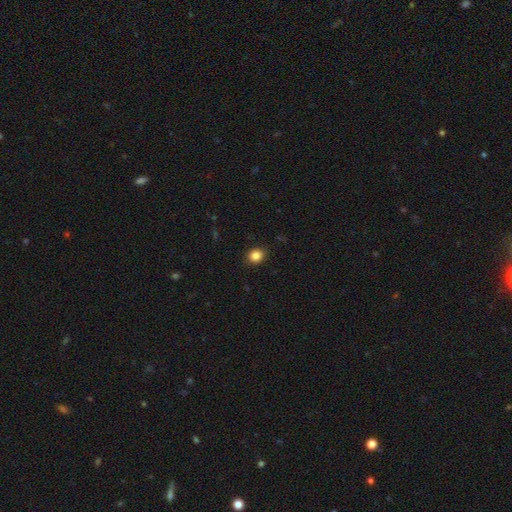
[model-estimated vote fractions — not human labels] Smooth or featured: smooth — 85% (star or artifact — 11%)
How rounded: round — 73% (in between — 26%)
Merging: none — 89% (minor disturbance — 8%)